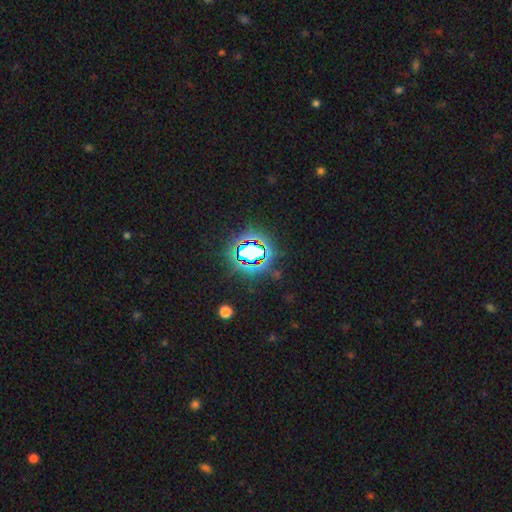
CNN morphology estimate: The model was most divided on "smooth or featured": star or artifact: 74%, smooth: 16%, featured or disk: 10%.